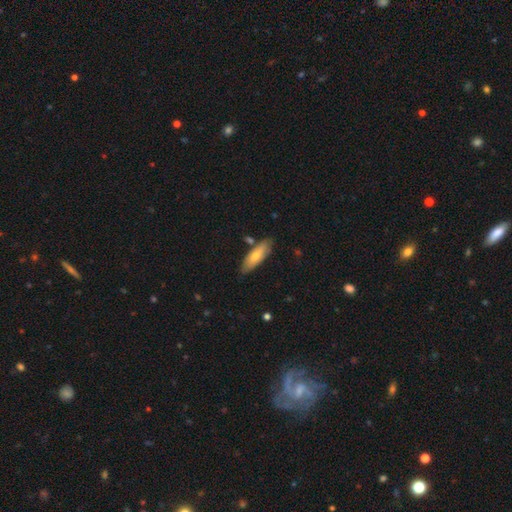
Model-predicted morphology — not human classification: Smooth or featured: smooth — 67% (featured or disk — 27%)
How rounded: in between — 53% (cigar-shaped — 45%)
Merging: none — 80% (minor disturbance — 14%)